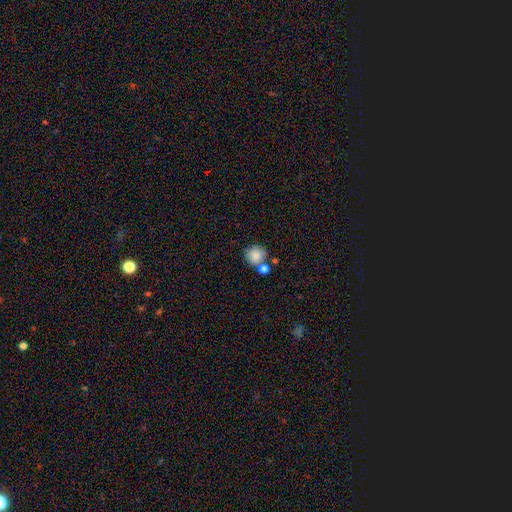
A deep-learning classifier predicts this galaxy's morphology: smooth 84%, star or artifact 9%, featured or disk 7%. Down the decision tree: how rounded — round (91%); merging — none (62%).